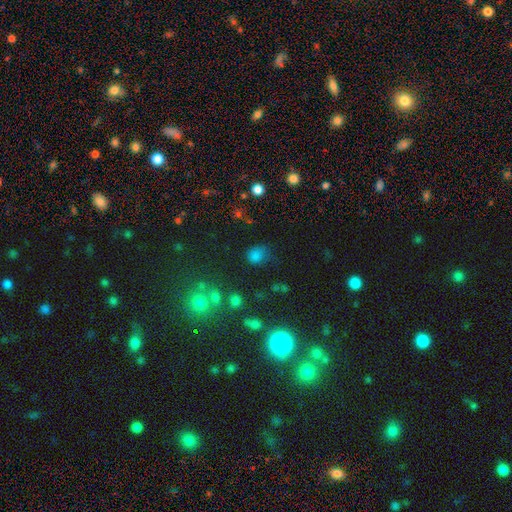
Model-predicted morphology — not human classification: This appears to be a smooth galaxy with no disk features (72%) that is round (68%). Merging: none (63%).